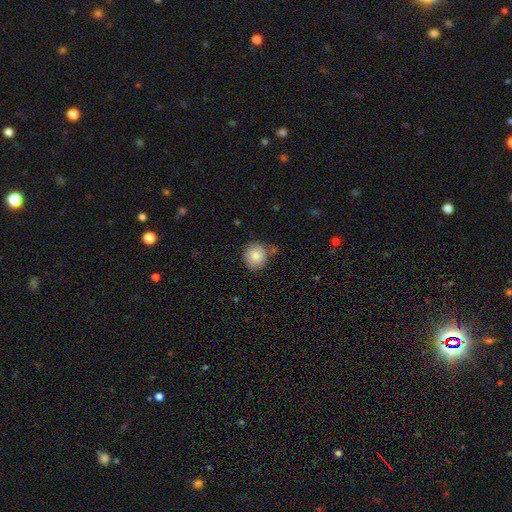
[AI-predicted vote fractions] smooth-or-featured: smooth: 87% | star or artifact: 8% | featured or disk: 6%
  how-rounded: round: 87% | in between: 12% | cigar-shaped: 1%
  merging: none: 77% | minor disturbance: 14% | merger: 5% | major disturbance: 3%